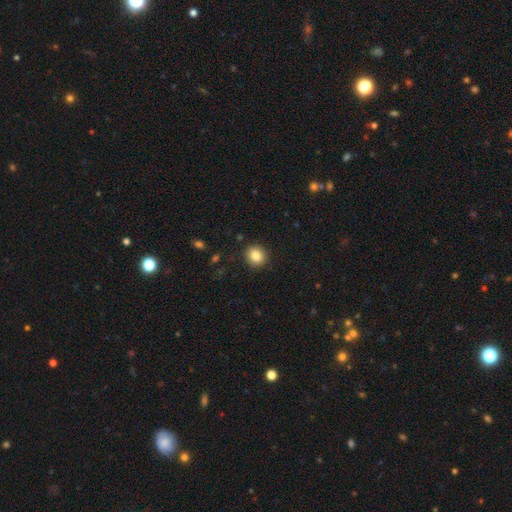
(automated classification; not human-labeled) This is clearly a smooth galaxy (84%). How rounded: clearly round (82%). Merging: clearly none (91%).